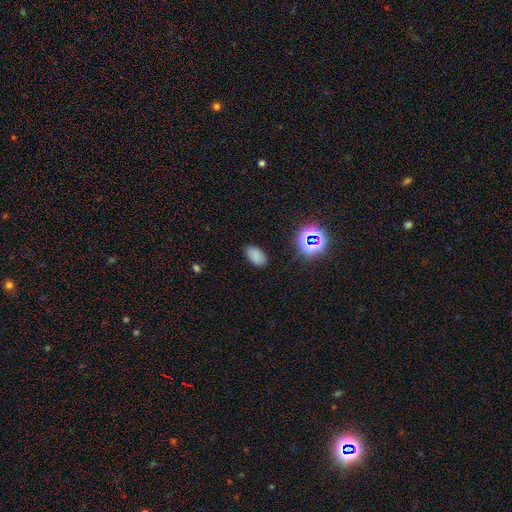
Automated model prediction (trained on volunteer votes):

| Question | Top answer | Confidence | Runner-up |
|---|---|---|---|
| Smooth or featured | smooth | 79% | star or artifact (17%) |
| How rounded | in between | 92% | round (6%) |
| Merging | none | 85% | minor disturbance (11%) |